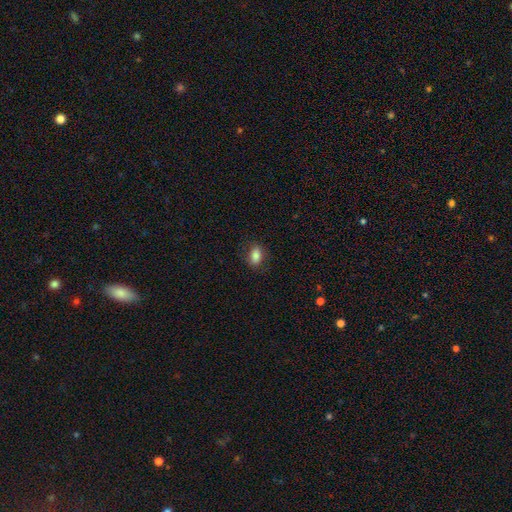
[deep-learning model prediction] Smooth or featured? Predicted: smooth (p=0.83). How rounded? Predicted: in between (p=0.82). Merging? Predicted: none (p=0.82).